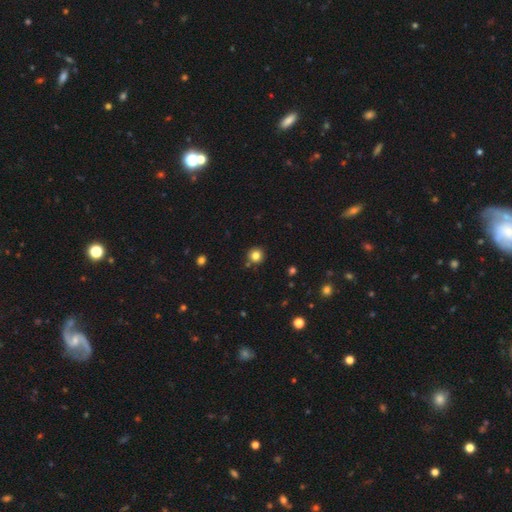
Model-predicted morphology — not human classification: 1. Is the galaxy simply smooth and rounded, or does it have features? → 82% smooth, 13% star or artifact, 6% featured or disk.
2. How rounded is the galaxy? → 93% round, 6% in between, 1% cigar-shaped.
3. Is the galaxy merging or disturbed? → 86% none, 7% minor disturbance, 5% merger, 2% major disturbance.